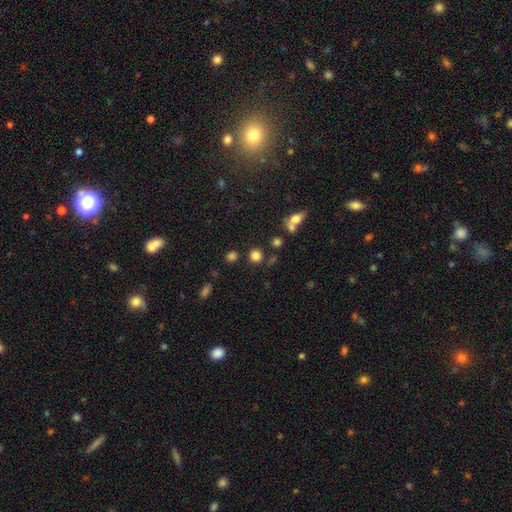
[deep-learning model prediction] This is clearly a smooth galaxy (81%). How rounded: clearly round (89%). Merging: clearly none (80%).